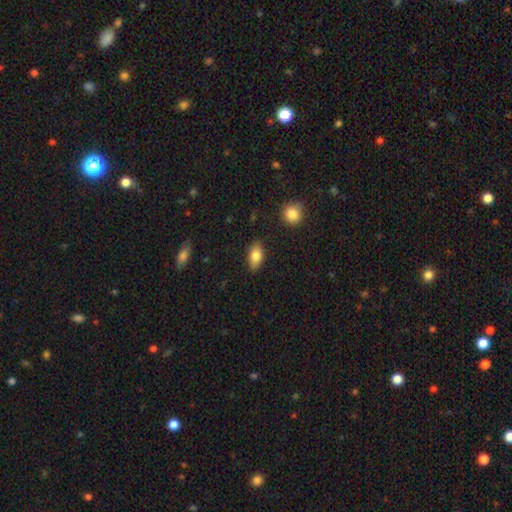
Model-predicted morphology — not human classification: Smooth or featured? smooth (81%)
How rounded? in between (89%)
Merging? none (86%)